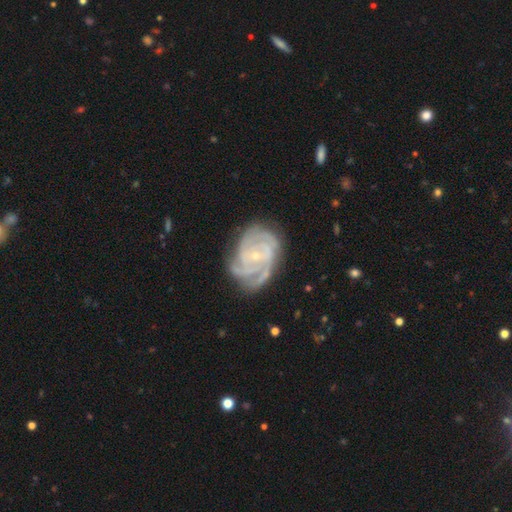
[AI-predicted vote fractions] Smooth or featured?
  - featured or disk: 87% *
  - smooth: 6%
  - star or artifact: 6%
Edge-on disk?
  - no: 97% *
  - yes: 3%
Bar?
  - no: 57% *
  - weak: 33%
  - strong: 10%
Spiral arms?
  - yes: 97% *
  - no: 3%
Spiral winding?
  - tight: 67% *
  - medium: 29%
  - loose: 5%
Spiral arm count?
  - 3: 31% *
  - 4: 27%
  - can't tell: 17%
  - 2: 12%
  - more than 4: 7%
  - 1: 6%
Bulge size?
  - small: 76% *
  - moderate: 19%
  - none: 3%
  - large: 1%
  - dominant: 1%
Merging?
  - none: 70% *
  - minor disturbance: 21%
  - major disturbance: 8%
  - merger: 2%